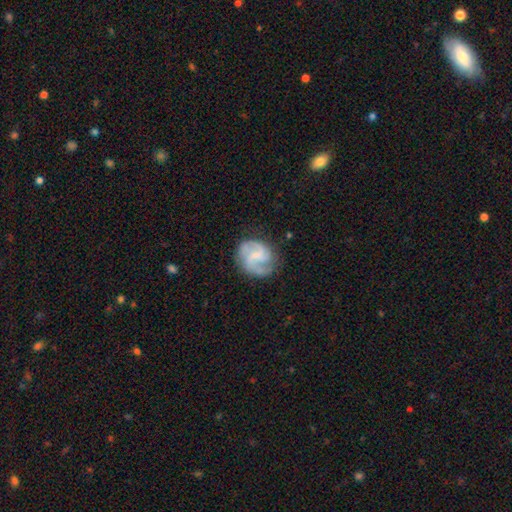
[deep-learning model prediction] Q: Smooth or featured?
A: featured or disk (74%); runner-up: smooth (19%)
Q: Edge-on disk?
A: no (98%); runner-up: yes (2%)
Q: Bar?
A: weak (51%); runner-up: no (37%)
Q: Spiral arms?
A: yes (93%); runner-up: no (7%)
Q: Spiral winding?
A: medium (49%); runner-up: loose (28%)
Q: Spiral arm count?
A: 2 (59%); runner-up: 3 (17%)
Q: Bulge size?
A: small (43%); runner-up: none (35%)
Q: Merging?
A: none (67%); runner-up: minor disturbance (20%)